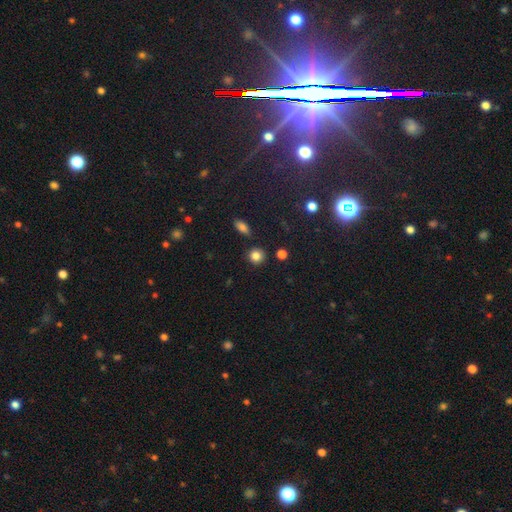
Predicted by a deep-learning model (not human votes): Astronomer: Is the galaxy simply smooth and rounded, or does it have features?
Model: smooth — 83%.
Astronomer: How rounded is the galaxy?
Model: round — 89%.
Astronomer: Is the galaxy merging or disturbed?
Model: none — 86%.